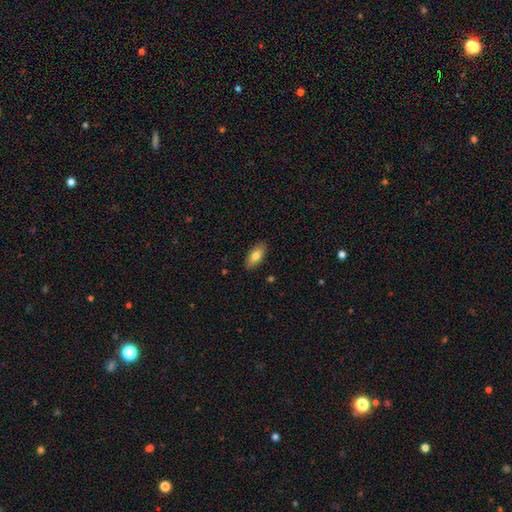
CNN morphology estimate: smooth_or_featured: smooth (p=0.77) [alt: featured or disk p=0.16]
how_rounded: in between (p=0.86) [alt: cigar-shaped p=0.11]
merging: none (p=0.88) [alt: minor disturbance p=0.09]